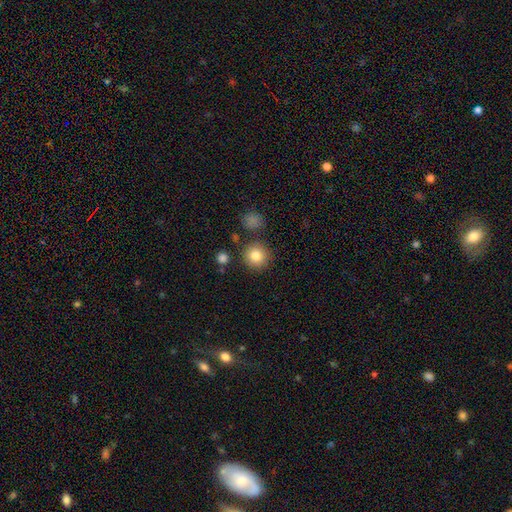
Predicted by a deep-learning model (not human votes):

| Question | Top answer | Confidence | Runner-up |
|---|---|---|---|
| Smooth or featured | smooth | 83% | star or artifact (10%) |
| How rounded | round | 93% | in between (6%) |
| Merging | none | 85% | minor disturbance (7%) |